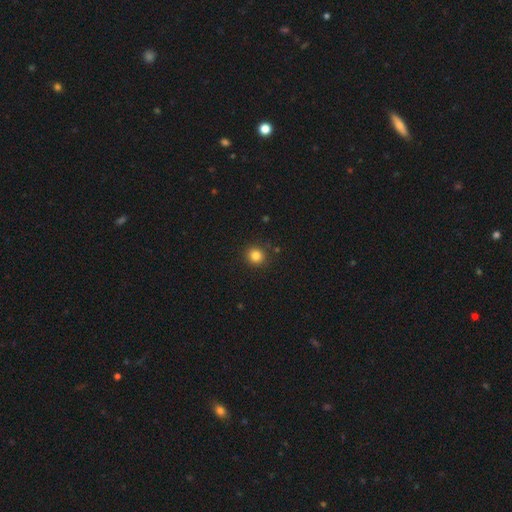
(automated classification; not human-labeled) A smooth galaxy with no disk features (83%) that is round (91%).

Vote fractions:
- Smooth or featured? smooth: 83% / star or artifact: 12% / featured or disk: 5%
- How rounded? round: 91% / in between: 8% / cigar-shaped: 1%
- Merging? none: 89% / minor disturbance: 7% / major disturbance: 2% / merger: 2%